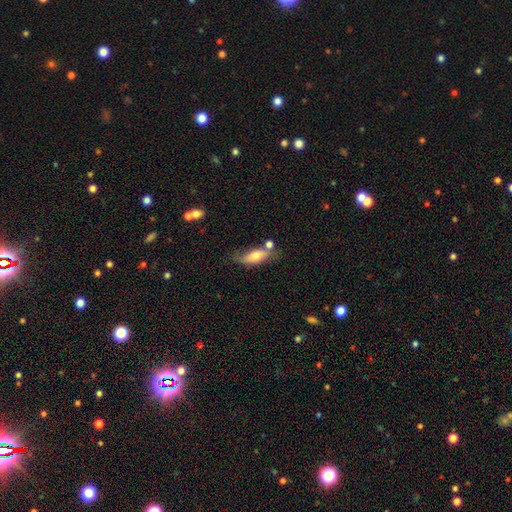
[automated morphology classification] Smooth or featured? Predicted: smooth (p=0.64). How rounded? Predicted: in between (p=0.69). Merging? Predicted: none (p=0.49).